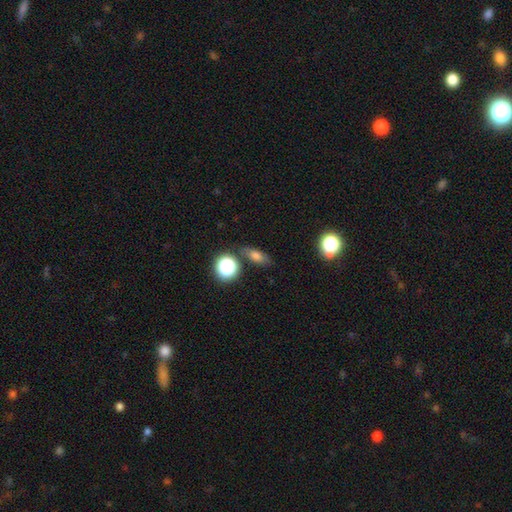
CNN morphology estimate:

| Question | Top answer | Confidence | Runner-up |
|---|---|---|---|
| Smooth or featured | smooth | 67% | star or artifact (18%) |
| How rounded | in between | 67% | round (19%) |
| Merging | none | 78% | minor disturbance (13%) |